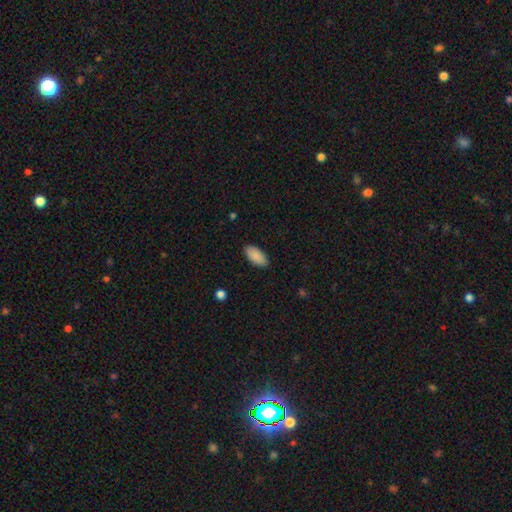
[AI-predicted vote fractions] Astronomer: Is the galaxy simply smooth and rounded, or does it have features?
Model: smooth — 90%.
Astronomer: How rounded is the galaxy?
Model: in between — 93%.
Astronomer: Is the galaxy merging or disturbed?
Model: none — 89%.